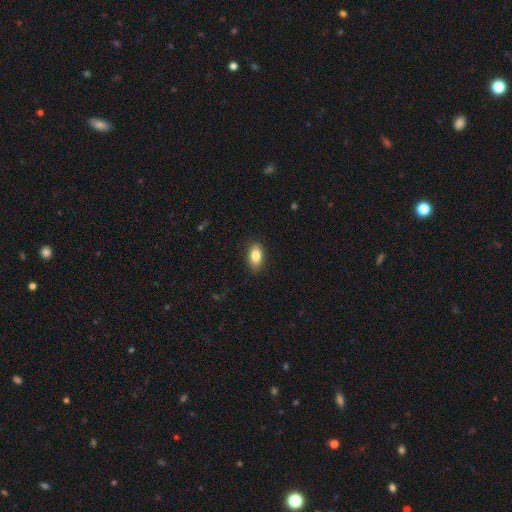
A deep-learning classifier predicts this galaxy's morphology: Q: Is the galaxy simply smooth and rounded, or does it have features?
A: smooth — 85%.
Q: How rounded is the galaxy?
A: in between — 90%.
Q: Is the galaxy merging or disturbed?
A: none — 87%.